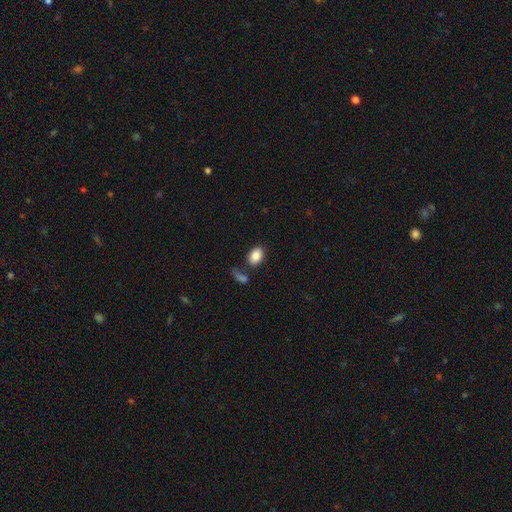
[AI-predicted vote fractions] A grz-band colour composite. It shows a smooth galaxy with no disk features (86%) that is in between round and cigar-shaped (81%). Merging: none (71%).